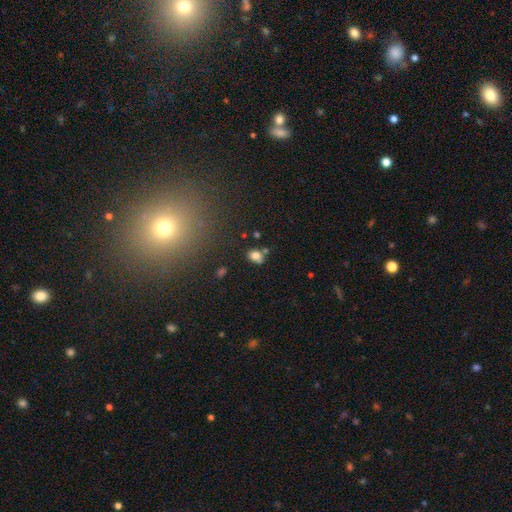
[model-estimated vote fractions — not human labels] smooth_or_featured: smooth (p=0.78) [alt: star or artifact p=0.12]
how_rounded: in between (p=0.67) [alt: round p=0.31]
merging: none (p=0.61) [alt: minor disturbance p=0.17]